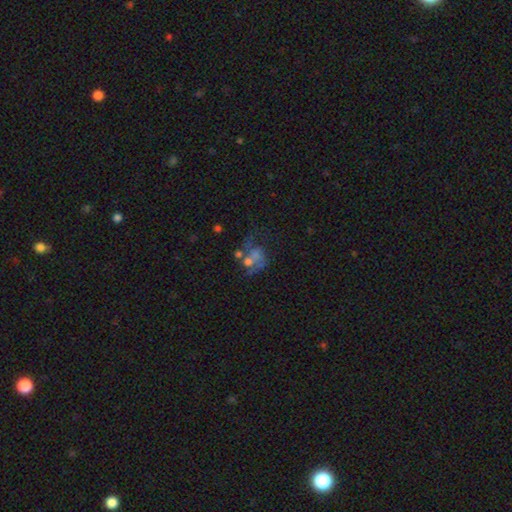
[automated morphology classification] A featured or disk galaxy (50%). Merging: major disturbance (32%).